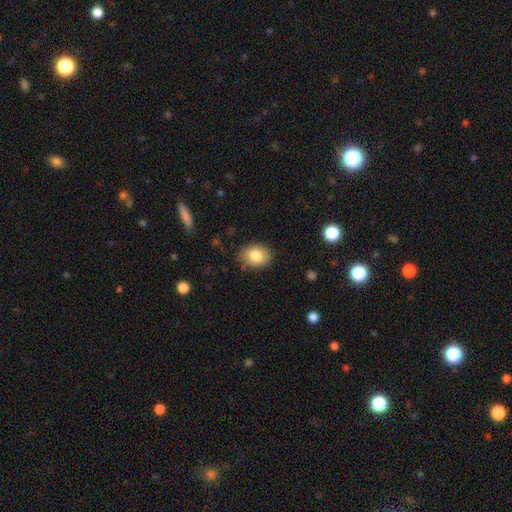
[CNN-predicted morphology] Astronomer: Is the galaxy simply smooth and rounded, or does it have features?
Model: smooth — 82%.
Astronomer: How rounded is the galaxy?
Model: in between — 59% (runner-up: round, 40%).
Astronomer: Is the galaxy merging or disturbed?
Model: none — 83%.